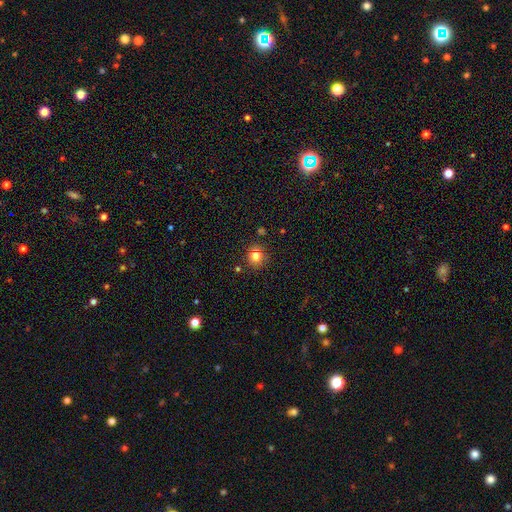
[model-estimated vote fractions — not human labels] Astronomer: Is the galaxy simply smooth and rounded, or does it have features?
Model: smooth — 79%.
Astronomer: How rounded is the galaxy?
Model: round — 86%.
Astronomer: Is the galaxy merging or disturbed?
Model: none — 81%.